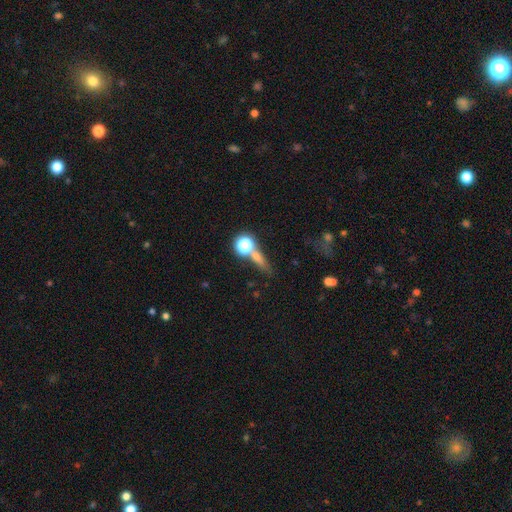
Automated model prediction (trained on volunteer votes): Morphology: type=smooth (53%); roundness=round (39%); merging=none (56%).